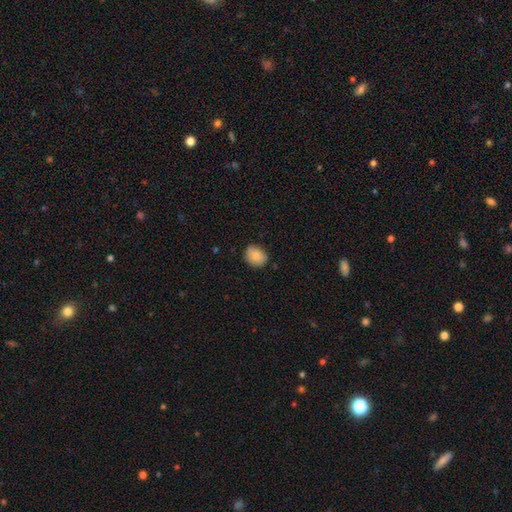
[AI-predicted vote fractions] Smooth or featured? Predicted: smooth (p=0.85). How rounded? Predicted: in between (p=0.50). Merging? Predicted: none (p=0.80).